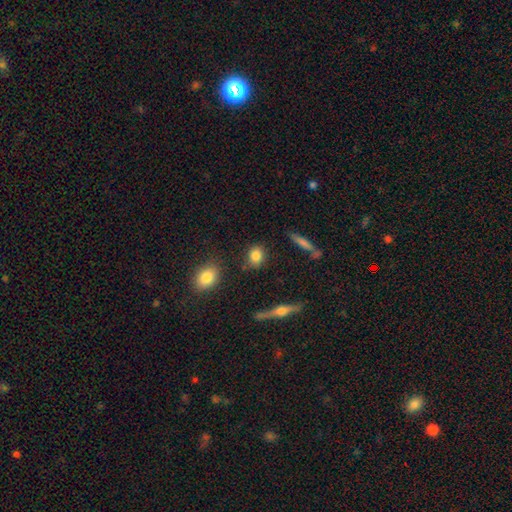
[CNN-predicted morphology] A smooth galaxy with no disk features (83%) that is round (51%).

Vote fractions:
- Smooth or featured? smooth: 83% / star or artifact: 9% / featured or disk: 8%
- How rounded? round: 51% / in between: 46% / cigar-shaped: 3%
- Merging? none: 82% / minor disturbance: 11% / merger: 3% / major disturbance: 3%